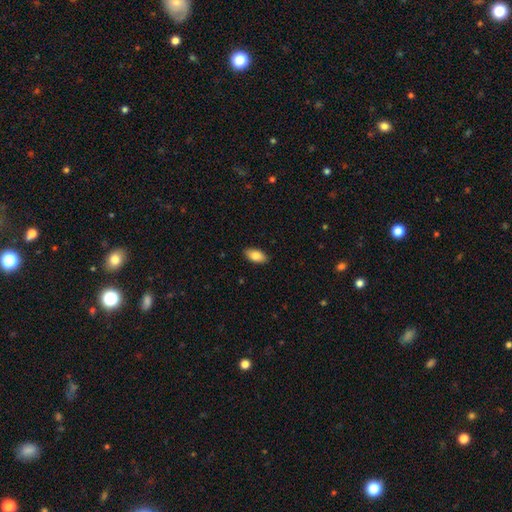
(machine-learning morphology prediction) The model was most divided on "smooth or featured": smooth: 84%, featured or disk: 9%, star or artifact: 7%. More confident: how rounded — in between (92%); merging — none (89%).